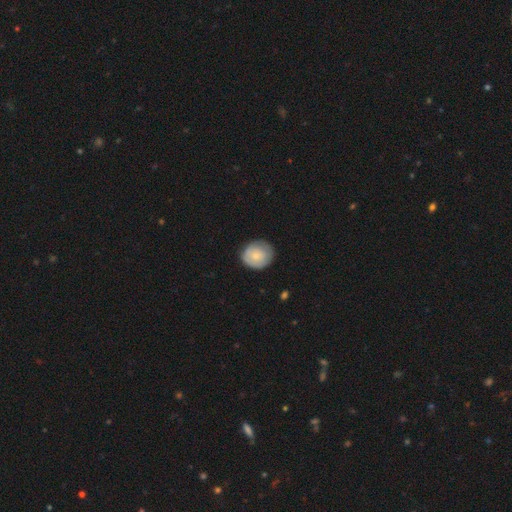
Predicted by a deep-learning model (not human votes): A smooth galaxy with no disk features (74%) that is round (77%).

Vote fractions:
- Smooth or featured? smooth: 74% / featured or disk: 20% / star or artifact: 6%
- How rounded? round: 77% / in between: 22% / cigar-shaped: 1%
- Merging? none: 78% / minor disturbance: 18% / major disturbance: 4% / merger: 1%